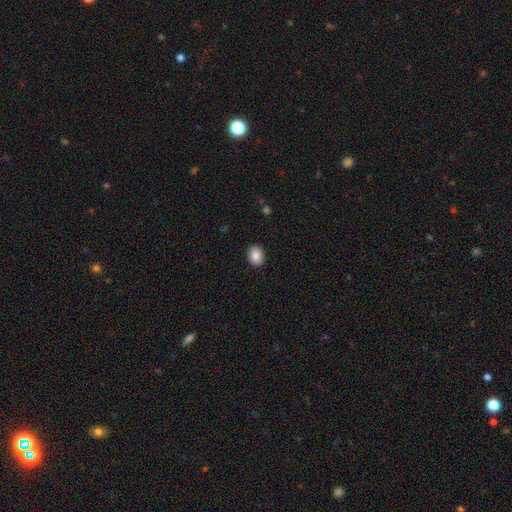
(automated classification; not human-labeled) This appears to be a smooth galaxy with no disk features (87%) that is in between round and cigar-shaped (57%). Merging: none (91%).